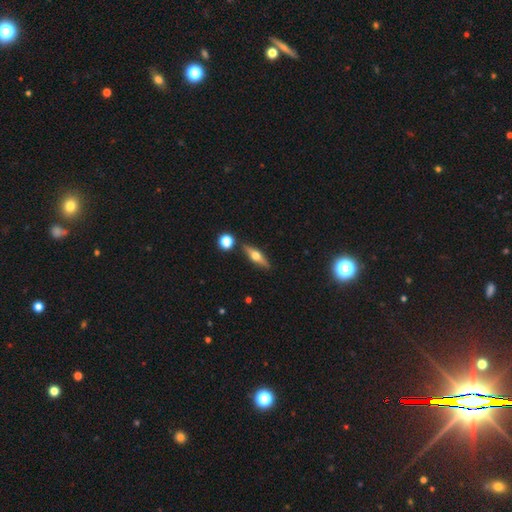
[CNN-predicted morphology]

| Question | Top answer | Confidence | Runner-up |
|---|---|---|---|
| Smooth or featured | featured or disk | 61% | smooth (32%) |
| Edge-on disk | yes | 93% | no (7%) |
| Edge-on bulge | rounded | 95% | boxy (3%) |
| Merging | none | 84% | minor disturbance (9%) |